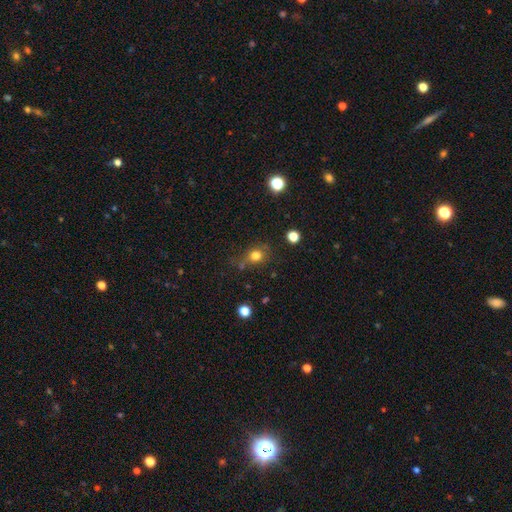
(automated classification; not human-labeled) Smooth or featured? smooth (78%)
How rounded? round (70%)
Merging? none (64%)